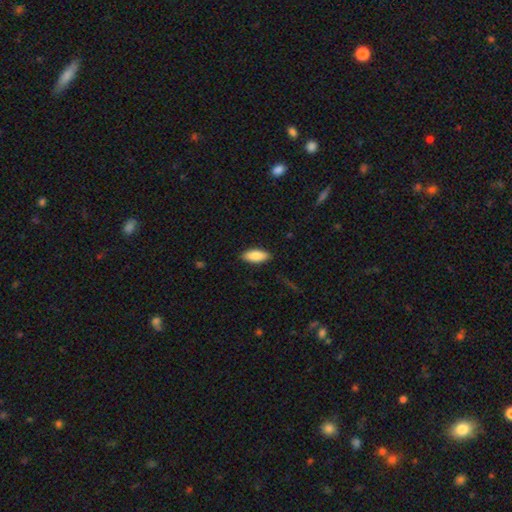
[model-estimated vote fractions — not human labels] smooth_or_featured: smooth (p=0.87) [alt: featured or disk p=0.07]
how_rounded: in between (p=0.82) [alt: cigar-shaped p=0.16]
merging: none (p=0.88) [alt: minor disturbance p=0.09]